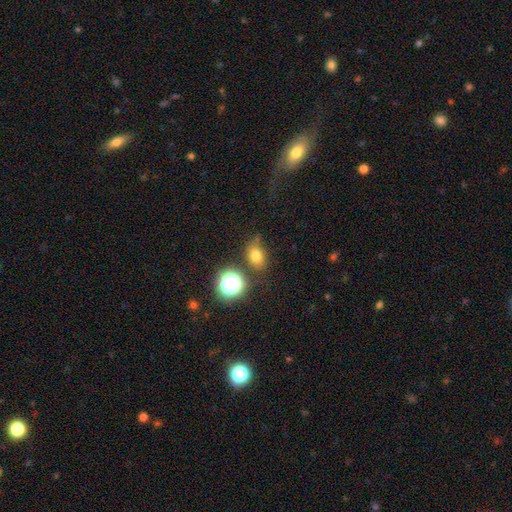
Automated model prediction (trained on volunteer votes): Smooth or featured? smooth (73%)
How rounded? in between (64%)
Merging? none (67%)